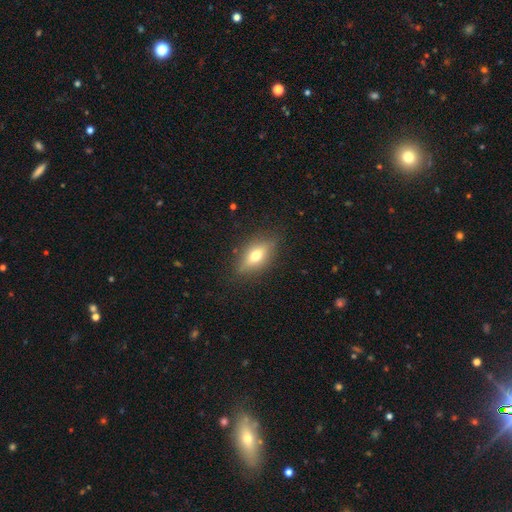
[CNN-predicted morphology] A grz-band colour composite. It shows a smooth galaxy with no disk features (54%) that is in between round and cigar-shaped (72%). Merging: none (83%).